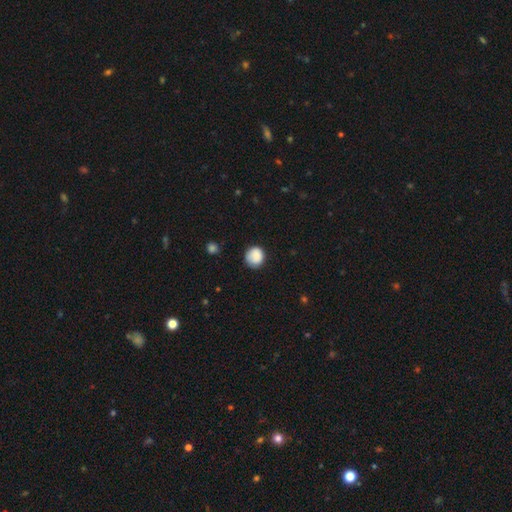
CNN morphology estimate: smooth-or-featured: smooth: 87% | star or artifact: 8% | featured or disk: 5%
  how-rounded: round: 88% | in between: 11% | cigar-shaped: 1%
  merging: none: 79% | minor disturbance: 17% | major disturbance: 3% | merger: 1%